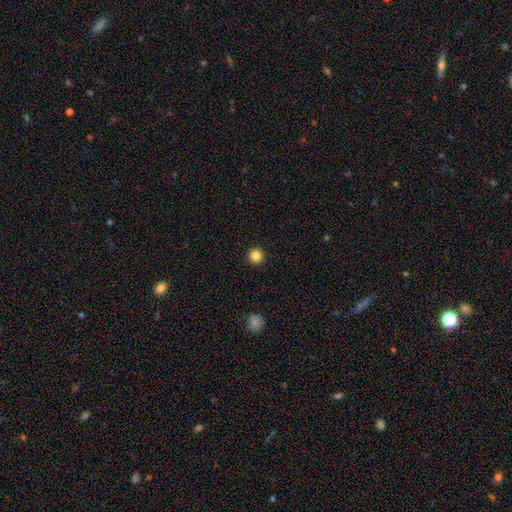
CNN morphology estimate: This appears to be a smooth galaxy with no disk features (85%) that is round (95%). Merging: none (94%).